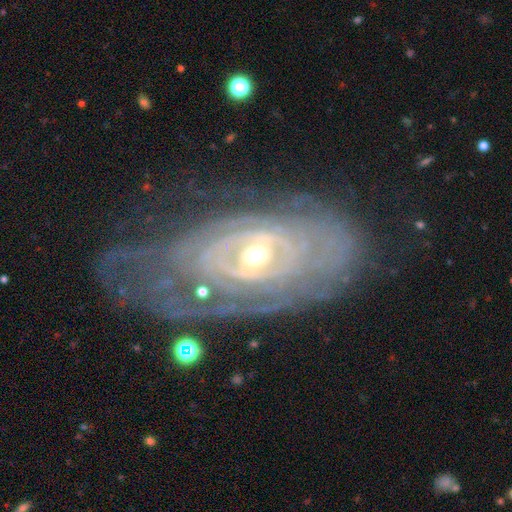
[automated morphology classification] type=featured or disk (85%); edge-on=no (94%); bar=no (52%); spiral arms=yes (82%); winding=tight (78%); arm count=can't tell (58%); bulge=small (54%); merging=none (50%).